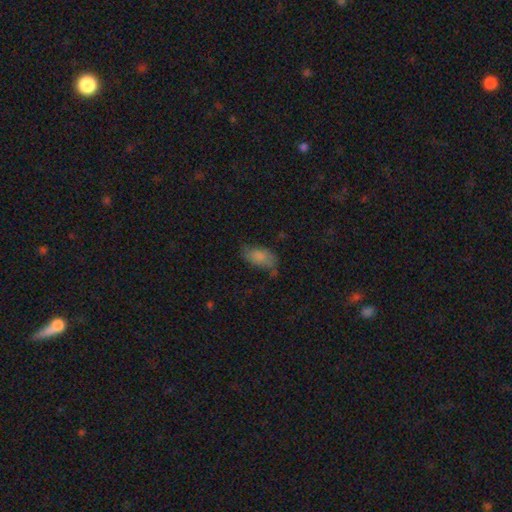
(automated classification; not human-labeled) Smooth or featured: smooth — 67% (featured or disk — 19%)
How rounded: in between — 90% (cigar-shaped — 6%)
Merging: none — 55% (minor disturbance — 28%)